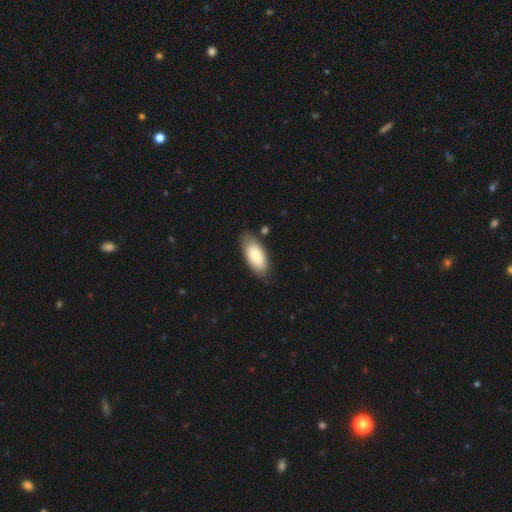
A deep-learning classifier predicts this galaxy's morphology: A smooth galaxy with no disk features (82%) that is in between round and cigar-shaped (89%).

Vote fractions:
- Smooth or featured? smooth: 82% / featured or disk: 13% / star or artifact: 5%
- How rounded? in between: 89% / cigar-shaped: 10% / round: 2%
- Merging? none: 76% / minor disturbance: 18% / major disturbance: 3% / merger: 2%